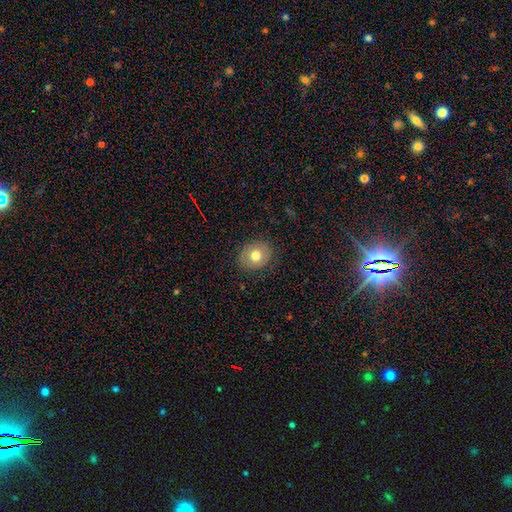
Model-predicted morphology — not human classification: Smooth or featured: smooth — 72% (featured or disk — 18%)
How rounded: round — 67% (in between — 32%)
Merging: none — 85% (minor disturbance — 11%)